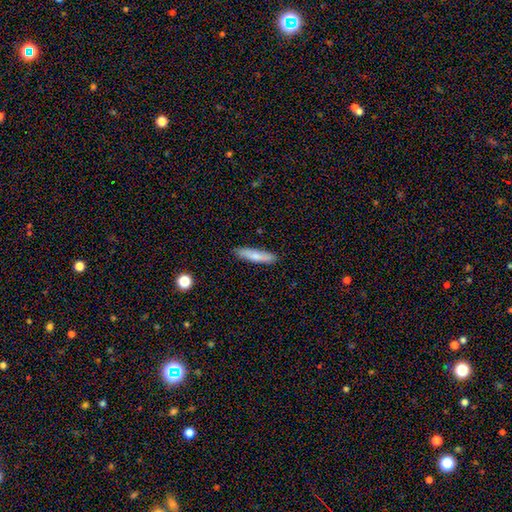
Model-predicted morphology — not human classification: The model was most divided on "smooth or featured": smooth: 74%, featured or disk: 20%, star or artifact: 6%. More confident: merging — none (88%); how rounded — cigar-shaped (82%).